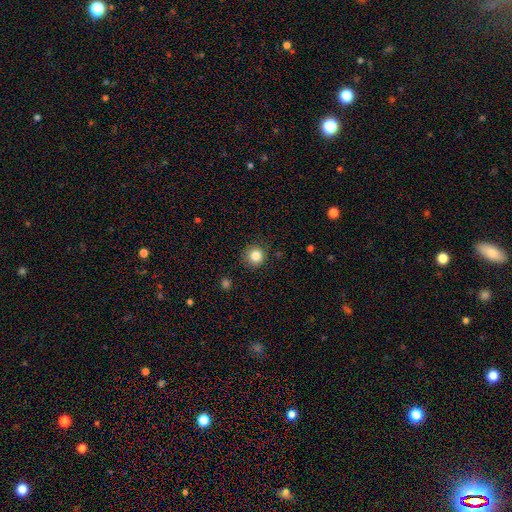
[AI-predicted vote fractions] Smooth or featured?
  - smooth: 83% *
  - star or artifact: 11%
  - featured or disk: 5%
How rounded?
  - round: 94% *
  - in between: 5%
  - cigar-shaped: 1%
Merging?
  - none: 88% *
  - minor disturbance: 8%
  - major disturbance: 2%
  - merger: 1%